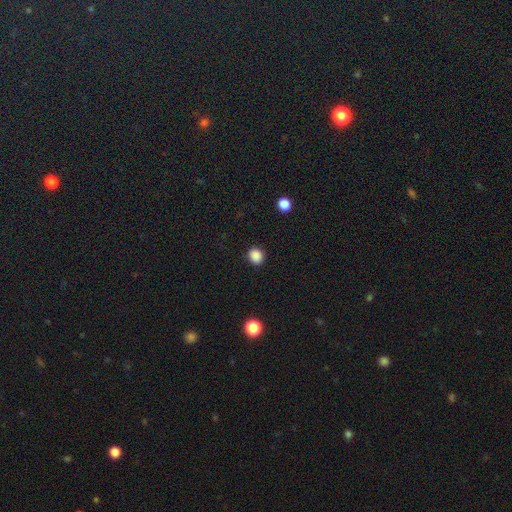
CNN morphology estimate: Smooth or featured? smooth (87%)
How rounded? round (75%)
Merging? none (90%)